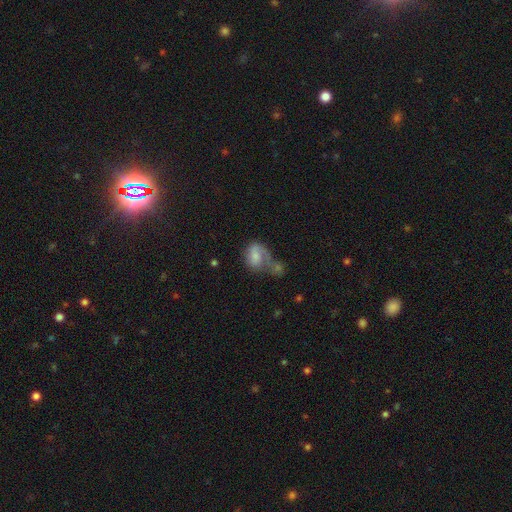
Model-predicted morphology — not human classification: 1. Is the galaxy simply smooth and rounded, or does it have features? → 60% smooth, 31% featured or disk, 9% star or artifact.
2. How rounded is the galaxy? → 64% in between, 34% round, 2% cigar-shaped.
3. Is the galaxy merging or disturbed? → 46% merger, 22% none, 19% major disturbance, 14% minor disturbance.